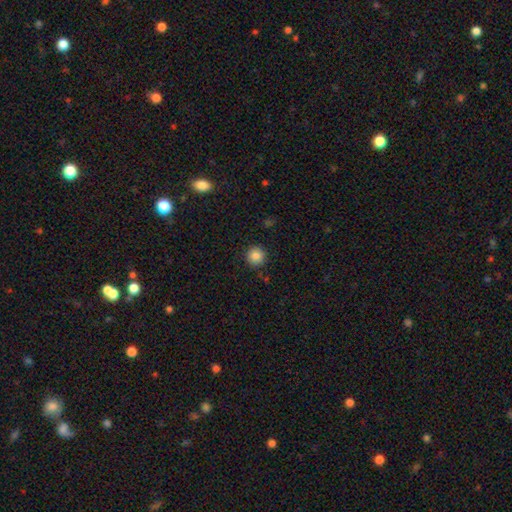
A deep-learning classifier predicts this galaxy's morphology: The model was most divided on "smooth or featured": smooth: 85%, star or artifact: 10%, featured or disk: 5%. More confident: how rounded — round (95%); merging — none (91%).